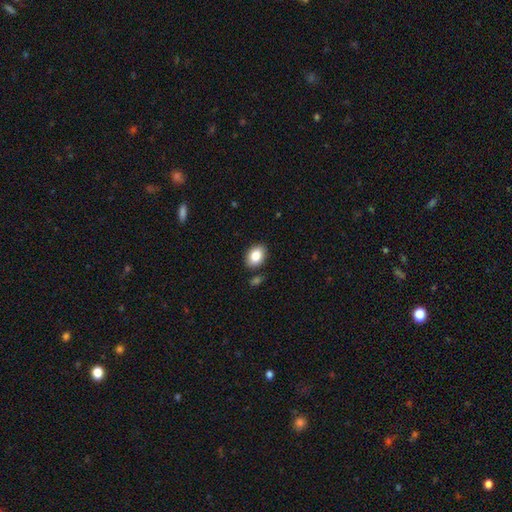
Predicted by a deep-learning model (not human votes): The model was most divided on "how rounded": in between: 80%, round: 19%, cigar-shaped: 1%. More confident: merging — none (85%); smooth or featured — smooth (84%).